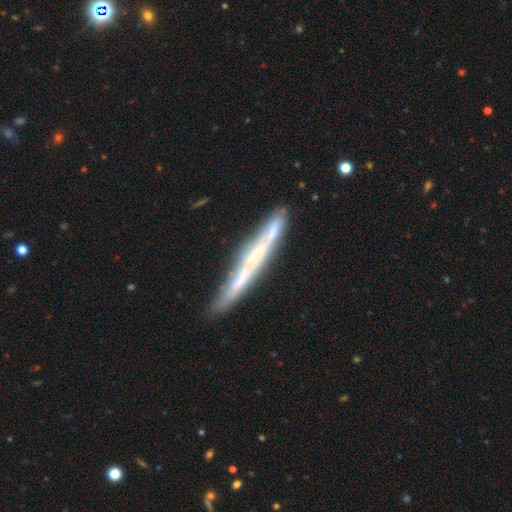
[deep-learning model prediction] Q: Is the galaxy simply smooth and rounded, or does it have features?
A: featured or disk — 61%.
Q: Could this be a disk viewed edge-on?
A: yes — 92%.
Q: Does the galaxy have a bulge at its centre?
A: none — 80%.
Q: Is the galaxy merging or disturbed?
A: none — 80%.